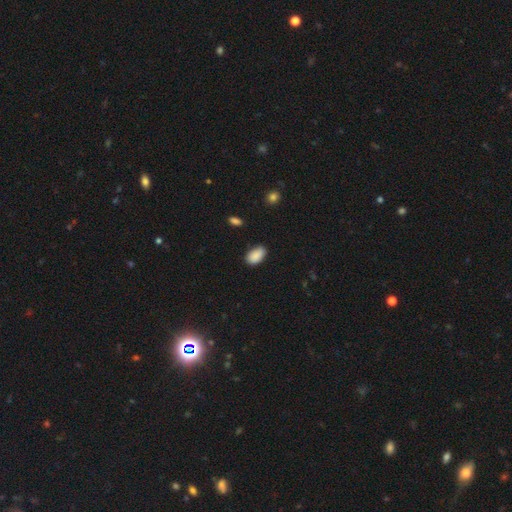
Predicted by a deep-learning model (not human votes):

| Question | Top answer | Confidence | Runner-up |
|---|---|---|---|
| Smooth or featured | smooth | 89% | star or artifact (7%) |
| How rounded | in between | 92% | round (6%) |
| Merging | none | 79% | minor disturbance (17%) |